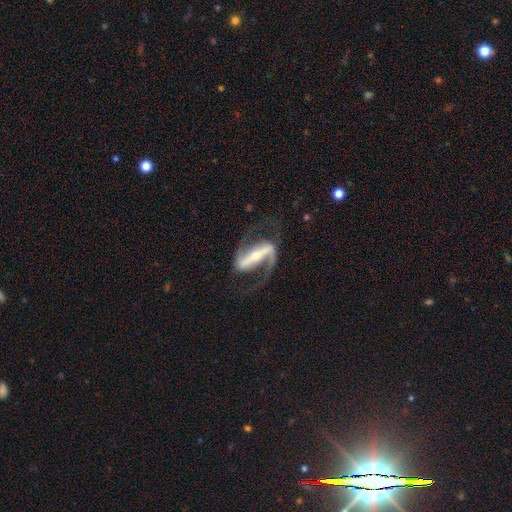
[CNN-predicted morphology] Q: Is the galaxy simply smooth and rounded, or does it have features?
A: featured or disk — 90%.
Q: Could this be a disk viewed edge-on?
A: no — 91%.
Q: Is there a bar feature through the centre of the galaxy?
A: strong — 78%.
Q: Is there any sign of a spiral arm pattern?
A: yes — 95%.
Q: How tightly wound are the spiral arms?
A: medium — 45%.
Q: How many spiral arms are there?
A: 2 — 88%.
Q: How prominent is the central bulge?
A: small — 56%.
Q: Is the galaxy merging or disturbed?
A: none — 69%.